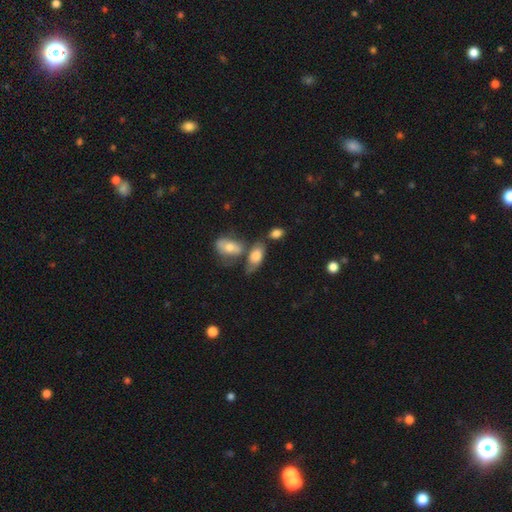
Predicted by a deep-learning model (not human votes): Overall: smooth (73%). How rounded: in between (88%). Merging: none (38%; merger 30%).